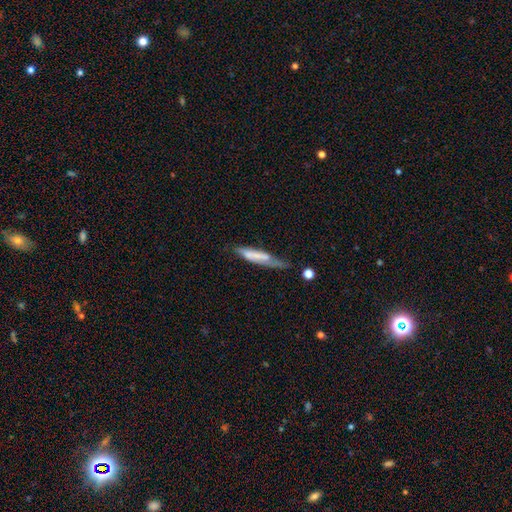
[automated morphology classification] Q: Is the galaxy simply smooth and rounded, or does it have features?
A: smooth — 52%.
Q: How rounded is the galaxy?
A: cigar-shaped — 82%.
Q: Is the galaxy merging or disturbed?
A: none — 41%.